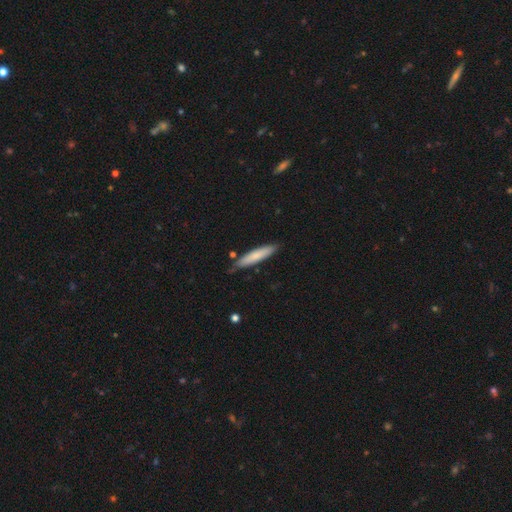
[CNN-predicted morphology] smooth 75%, featured or disk 20%, star or artifact 5%. Down the decision tree: how rounded — cigar-shaped (88%); merging — none (81%).